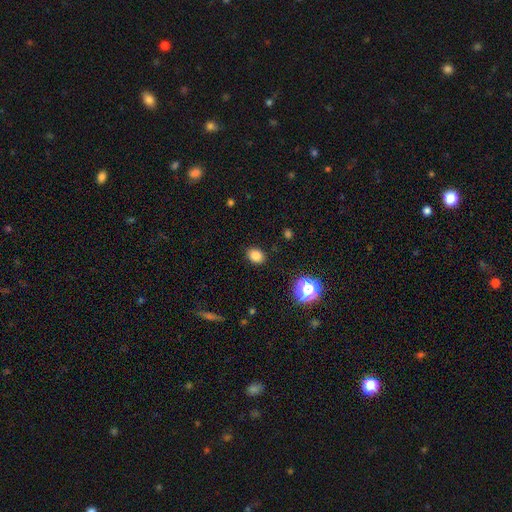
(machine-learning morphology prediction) The model was most divided on "how rounded": in between: 54%, round: 45%, cigar-shaped: 1%. More confident: merging — none (87%); smooth or featured — smooth (83%).